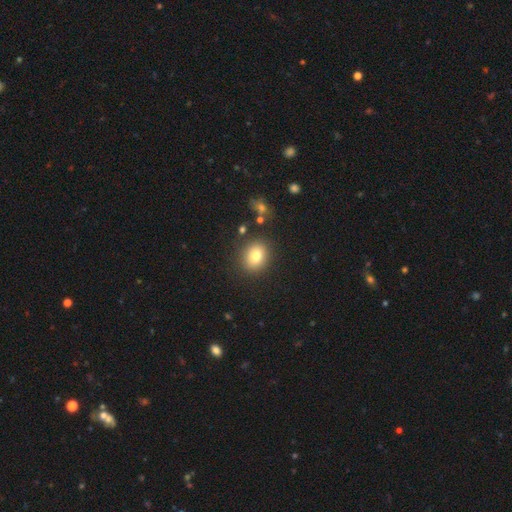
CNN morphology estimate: A smooth galaxy with no disk features (79%) that is round (66%).

Vote fractions:
- Smooth or featured? smooth: 79% / star or artifact: 11% / featured or disk: 10%
- How rounded? round: 66% / in between: 33% / cigar-shaped: 1%
- Merging? none: 85% / minor disturbance: 9% / merger: 3% / major disturbance: 3%